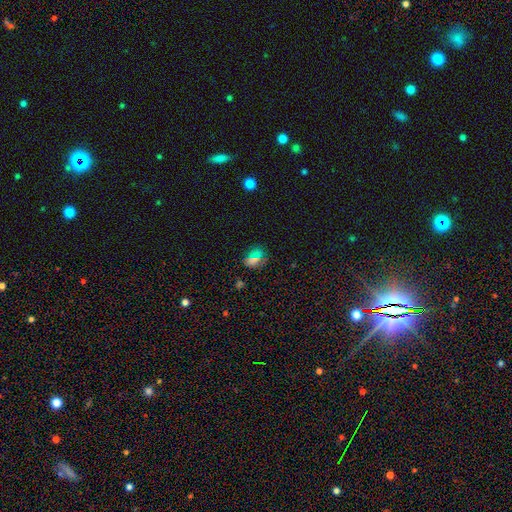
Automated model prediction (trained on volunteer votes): A smooth galaxy with no disk features (64%) that is in between round and cigar-shaped (57%).

Vote fractions:
- Smooth or featured? smooth: 64% / star or artifact: 29% / featured or disk: 7%
- How rounded? in between: 57% / round: 40% / cigar-shaped: 4%
- Merging? none: 78% / minor disturbance: 14% / major disturbance: 5% / merger: 3%